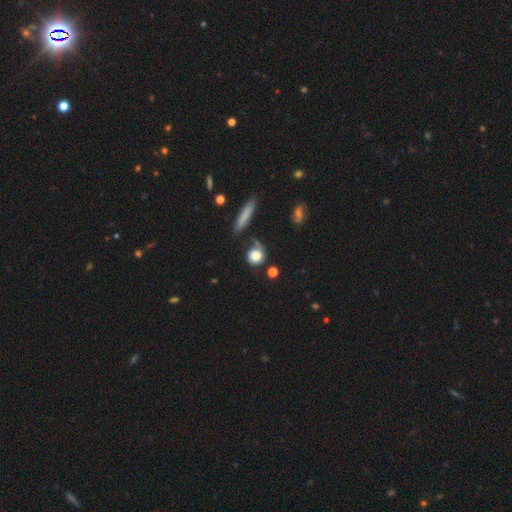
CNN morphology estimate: The model was most divided on "merging": none: 54%, minor disturbance: 20%, major disturbance: 14%, merger: 12%. More confident: how rounded — round (79%); smooth or featured — smooth (75%).